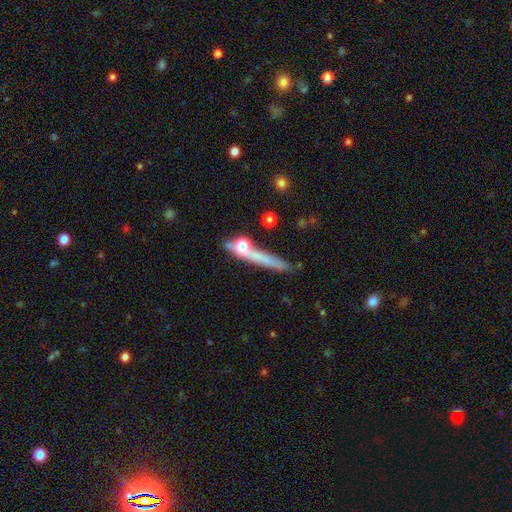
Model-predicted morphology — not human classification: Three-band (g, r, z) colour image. It shows a smooth galaxy with no disk features (48%). Merging: none (61%).